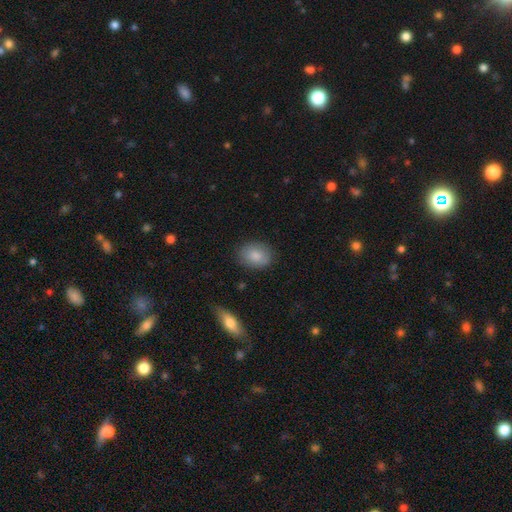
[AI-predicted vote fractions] Q: Smooth or featured?
A: smooth (84%); runner-up: featured or disk (9%)
Q: How rounded?
A: in between (56%); runner-up: round (43%)
Q: Merging?
A: none (84%); runner-up: minor disturbance (12%)